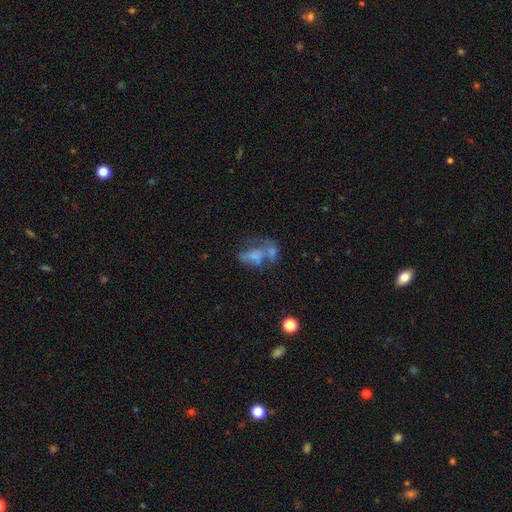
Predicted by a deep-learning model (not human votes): A smooth galaxy with no disk features (48%). Merging: merger (44%).